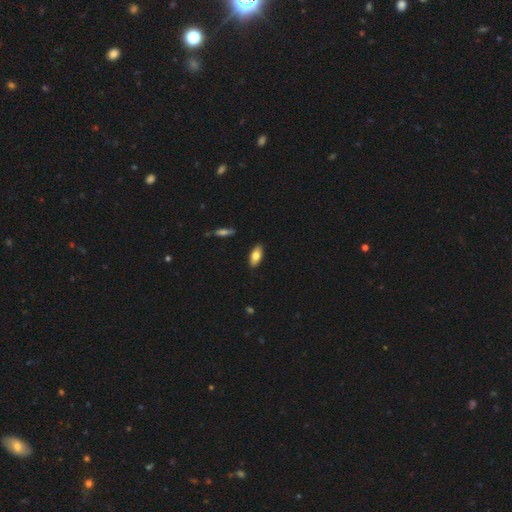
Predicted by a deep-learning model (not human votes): Smooth or featured: smooth — 78% (featured or disk — 16%)
How rounded: in between — 88% (cigar-shaped — 9%)
Merging: none — 88% (minor disturbance — 9%)